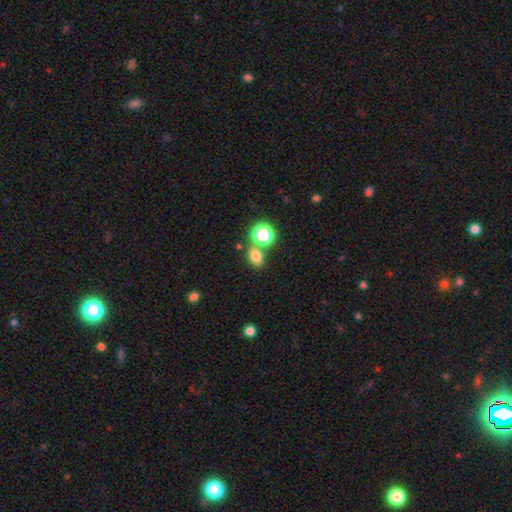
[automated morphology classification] smooth_or_featured: smooth (p=0.77) [alt: star or artifact p=0.16]
how_rounded: in between (p=0.58) [alt: round p=0.41]
merging: none (p=0.66) [alt: merger p=0.20]